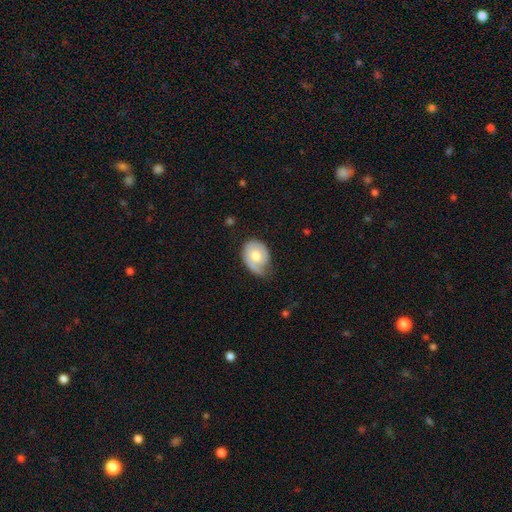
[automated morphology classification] Smooth or featured: featured or disk — 51% (smooth — 43%)
Edge-on disk: no — 96% (yes — 4%)
Merging: none — 46% (minor disturbance — 37%)